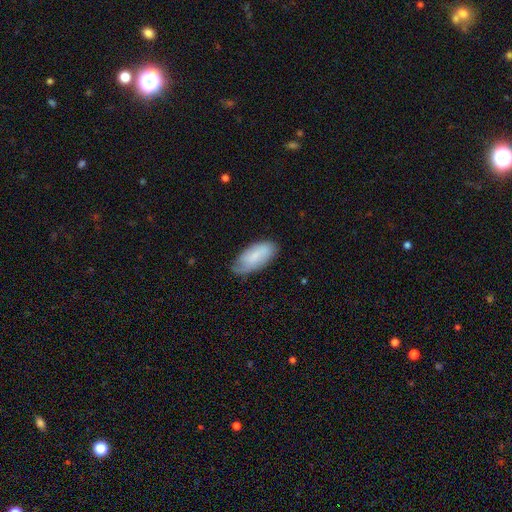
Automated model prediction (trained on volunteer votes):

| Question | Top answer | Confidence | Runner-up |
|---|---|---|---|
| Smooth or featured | smooth | 68% | featured or disk (25%) |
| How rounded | in between | 90% | cigar-shaped (9%) |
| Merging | none | 62% | minor disturbance (30%) |